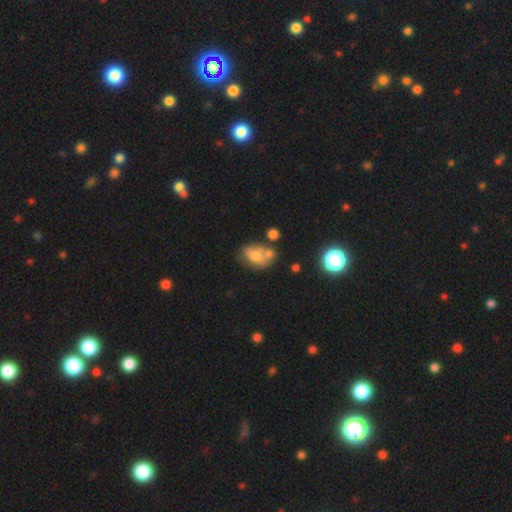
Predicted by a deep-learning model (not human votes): smooth 56%, featured or disk 32%, star or artifact 12%. Down the decision tree: how rounded — in between (77%); merging — none (37%).